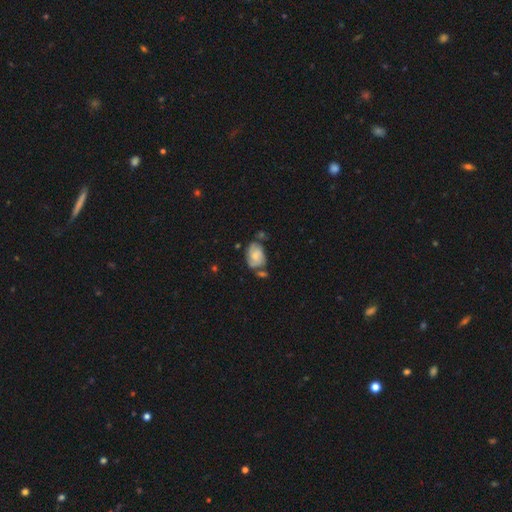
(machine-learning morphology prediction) This appears to be a smooth galaxy with no disk features (47%). Merging: none (47%).